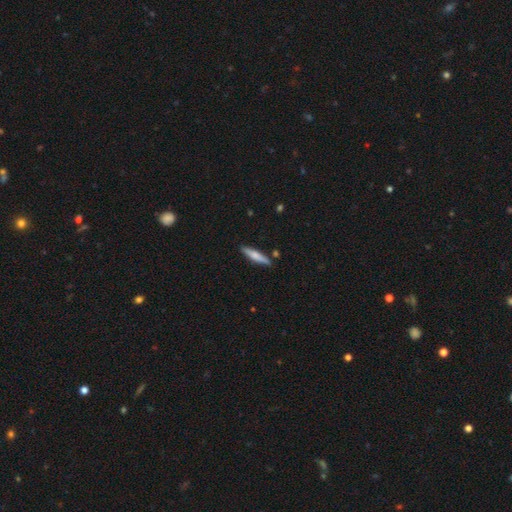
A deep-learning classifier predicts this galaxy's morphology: A smooth galaxy with no disk features (63%) that is cigar-shaped (87%).

Vote fractions:
- Smooth or featured? smooth: 63% / featured or disk: 32% / star or artifact: 6%
- How rounded? cigar-shaped: 87% / in between: 12% / round: 2%
- Merging? none: 85% / minor disturbance: 10% / merger: 3% / major disturbance: 2%